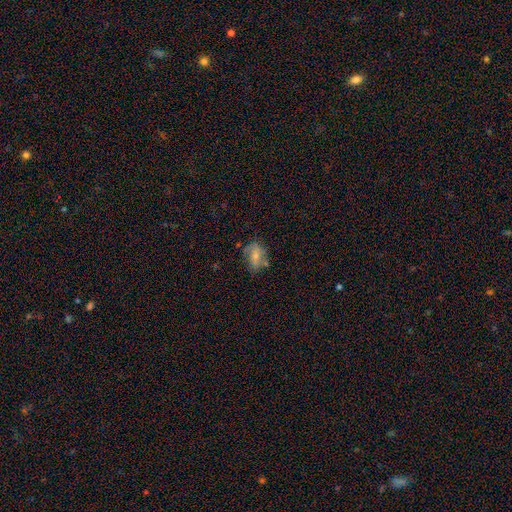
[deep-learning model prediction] This appears to be a featured or disk galaxy (50%). Merging: none (56%).